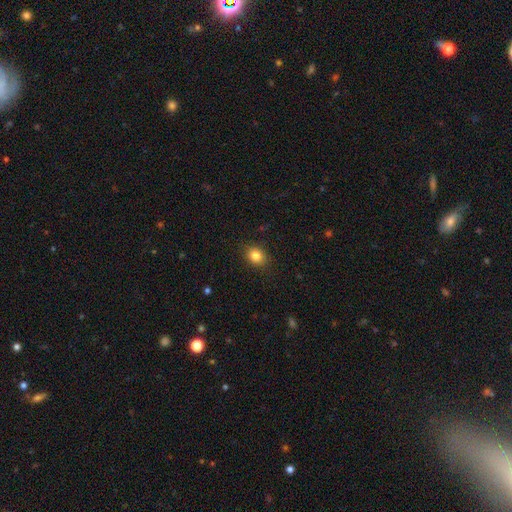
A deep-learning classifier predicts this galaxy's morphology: Smooth or featured? Predicted: smooth (p=0.84). How rounded? Predicted: round (p=0.52). Merging? Predicted: none (p=0.88).